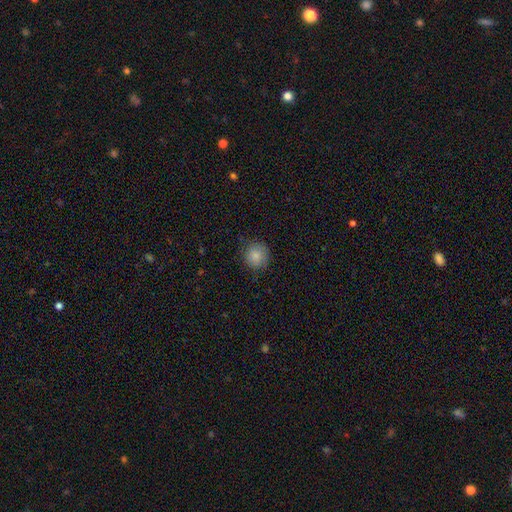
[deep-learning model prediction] smooth 85%, star or artifact 9%, featured or disk 6%. Down the decision tree: how rounded — round (90%); merging — none (81%).